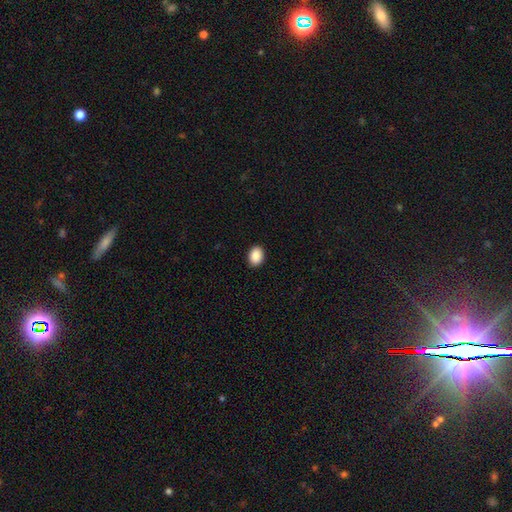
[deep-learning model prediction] A smooth galaxy with no disk features (90%) that is in between round and cigar-shaped (74%). Merging: none (91%).